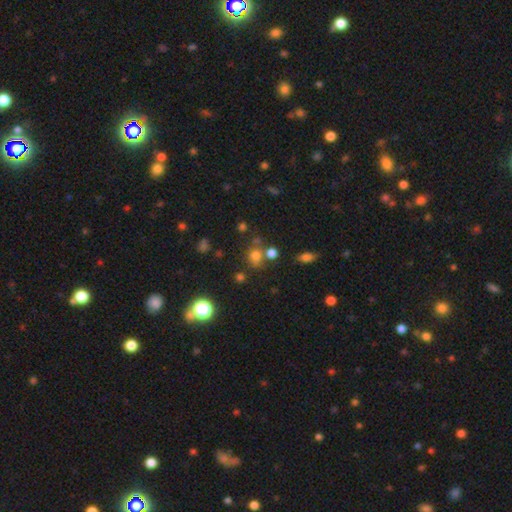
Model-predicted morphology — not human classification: Smooth or featured?
  - smooth: 67% *
  - star or artifact: 23%
  - featured or disk: 10%
How rounded?
  - round: 81% *
  - in between: 18%
  - cigar-shaped: 1%
Merging?
  - none: 63% *
  - merger: 20%
  - minor disturbance: 12%
  - major disturbance: 5%